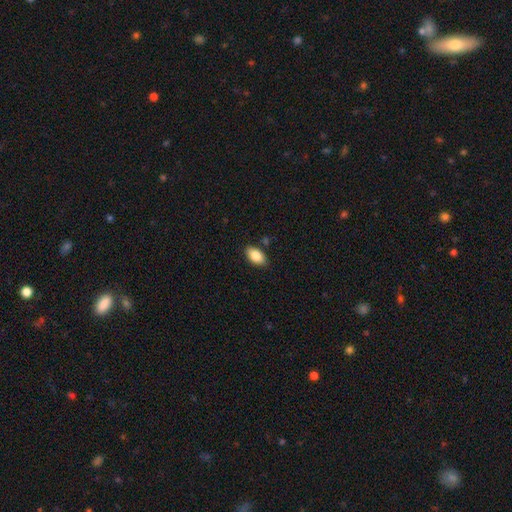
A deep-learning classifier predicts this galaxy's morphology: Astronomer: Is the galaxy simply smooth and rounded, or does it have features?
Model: smooth — 85%.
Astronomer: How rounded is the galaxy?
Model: in between — 93%.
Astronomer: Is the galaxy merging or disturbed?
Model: none — 85%.